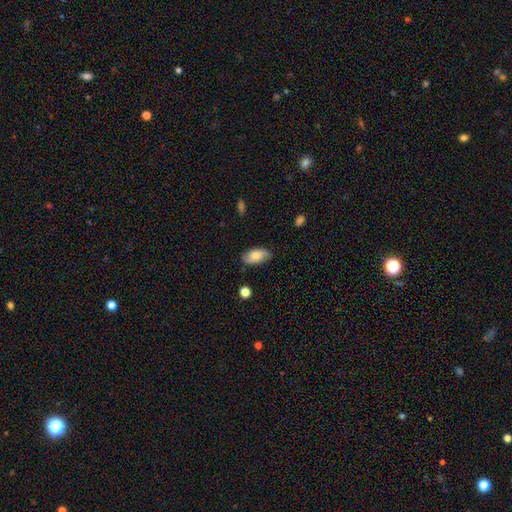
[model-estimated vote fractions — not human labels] smooth-or-featured: smooth: 75% | featured or disk: 18% | star or artifact: 7%
  how-rounded: in between: 93% | cigar-shaped: 4% | round: 3%
  merging: none: 79% | minor disturbance: 16% | major disturbance: 3% | merger: 1%